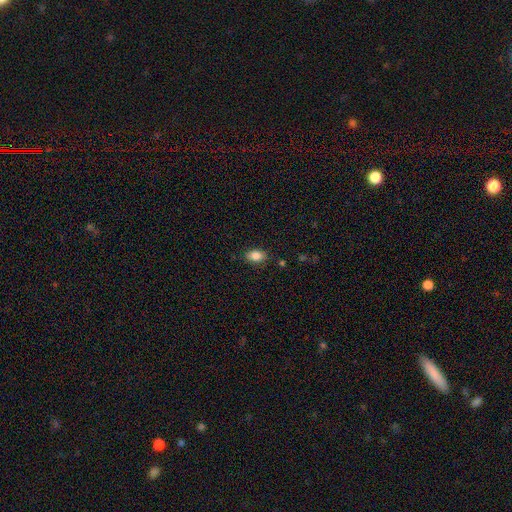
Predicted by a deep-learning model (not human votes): Smooth or featured?
  - smooth: 86% *
  - star or artifact: 8%
  - featured or disk: 6%
How rounded?
  - in between: 86% *
  - round: 12%
  - cigar-shaped: 2%
Merging?
  - none: 85% *
  - minor disturbance: 11%
  - major disturbance: 3%
  - merger: 1%